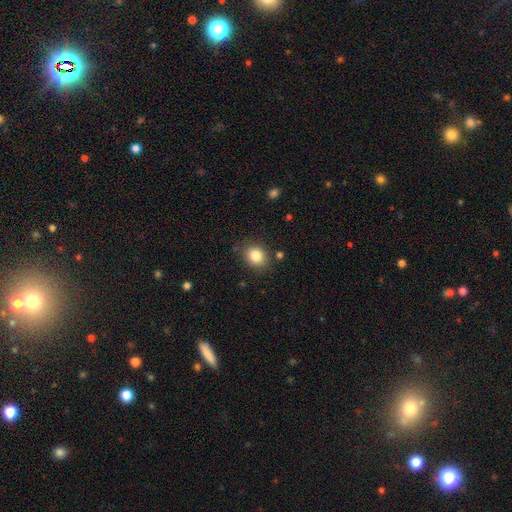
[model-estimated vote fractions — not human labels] Smooth or featured: smooth — 83% (star or artifact — 10%)
How rounded: round — 60% (in between — 39%)
Merging: none — 83% (minor disturbance — 11%)